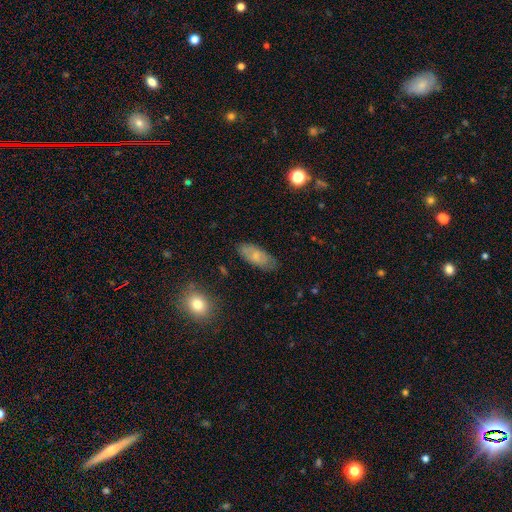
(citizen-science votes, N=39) smooth-or-featured: smooth: 67% | featured or disk: 33% | star or artifact: 0%
  how-rounded: in between: 92% | round: 4% | cigar-shaped: 4%
  merging: none: 82% | minor disturbance: 8% | major disturbance: 8% | merger: 3%